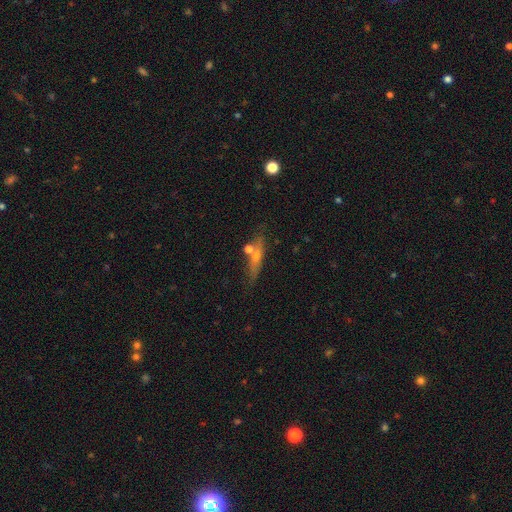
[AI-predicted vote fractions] A smooth galaxy with no disk features (48%).

Vote fractions:
- Smooth or featured? smooth: 48% / featured or disk: 43% / star or artifact: 9%
- Merging? none: 69% / minor disturbance: 13% / merger: 13% / major disturbance: 4%